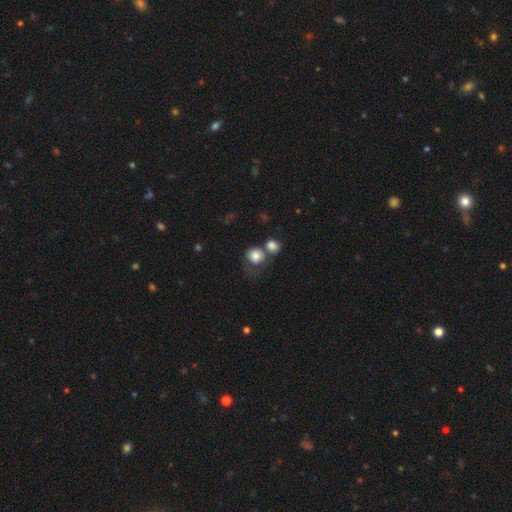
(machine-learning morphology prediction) A smooth galaxy with no disk features (82%) that is round (78%).

Vote fractions:
- Smooth or featured? smooth: 82% / featured or disk: 10% / star or artifact: 8%
- How rounded? round: 78% / in between: 21% / cigar-shaped: 1%
- Merging? merger: 39% / none: 36% / minor disturbance: 14% / major disturbance: 11%